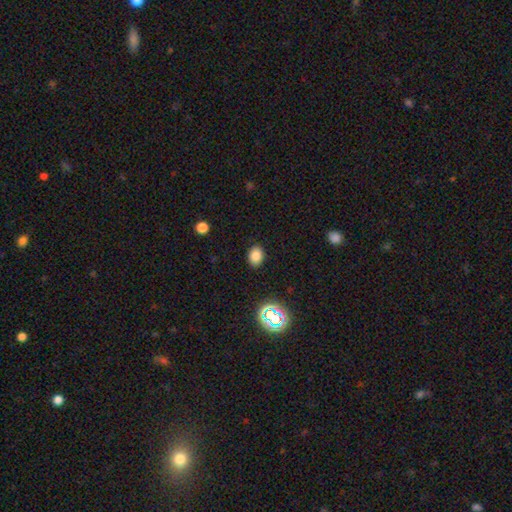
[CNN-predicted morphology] Overall: smooth (79%). How rounded: in between (71%). Merging: none (87%).